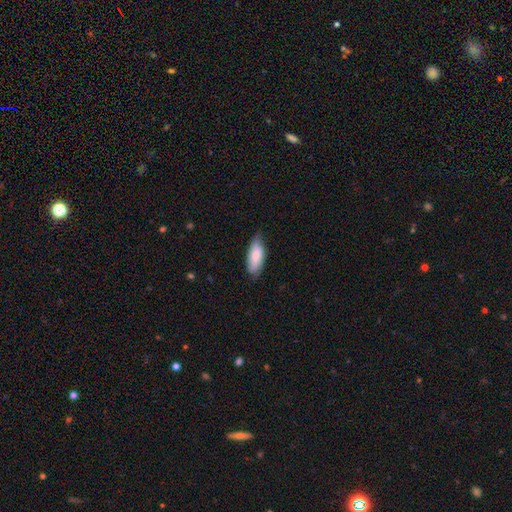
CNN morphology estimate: A smooth galaxy with no disk features (78%) that is in between round and cigar-shaped (78%). Merging: none (65%).